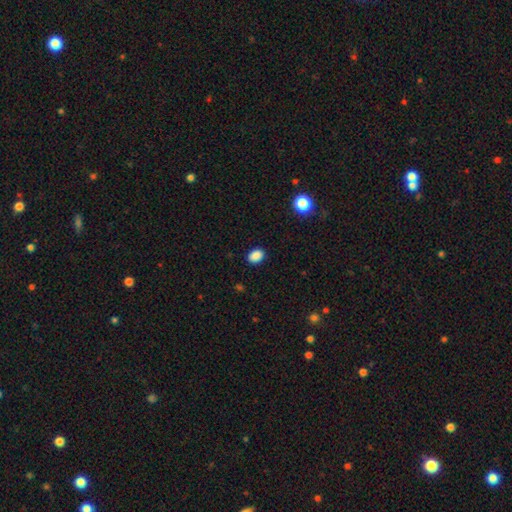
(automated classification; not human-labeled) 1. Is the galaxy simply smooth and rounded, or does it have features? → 88% smooth, 9% star or artifact, 3% featured or disk.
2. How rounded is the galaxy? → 72% in between, 27% round, 1% cigar-shaped.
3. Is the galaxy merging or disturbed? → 89% none, 8% minor disturbance, 2% major disturbance, 1% merger.